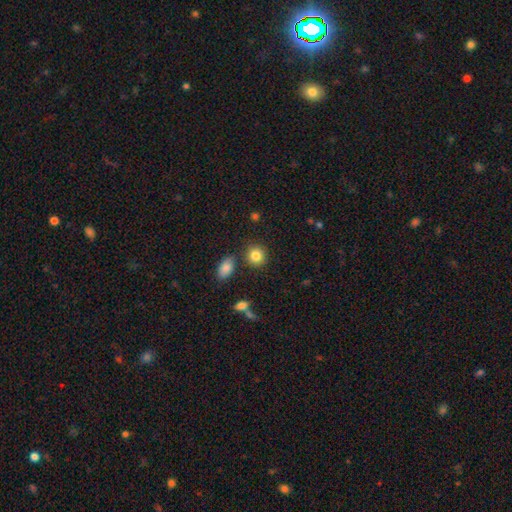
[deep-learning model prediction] This appears to be a smooth galaxy with no disk features (84%) that is round (82%). Merging: none (83%).